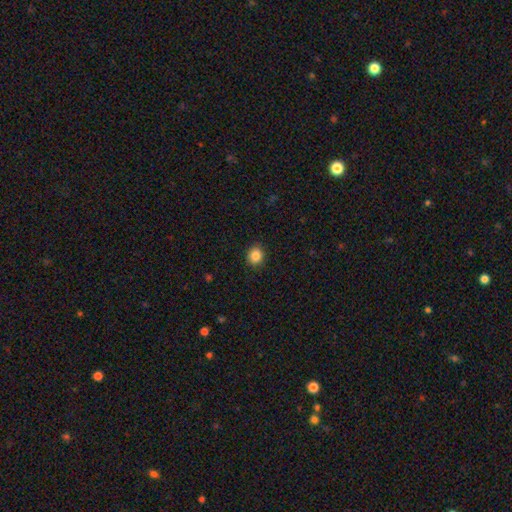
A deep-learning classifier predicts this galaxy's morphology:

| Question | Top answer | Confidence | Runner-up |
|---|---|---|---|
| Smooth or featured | smooth | 85% | star or artifact (10%) |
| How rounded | round | 73% | in between (26%) |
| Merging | none | 91% | minor disturbance (7%) |